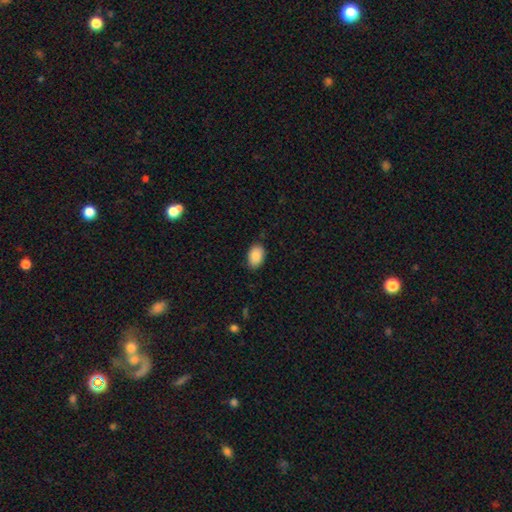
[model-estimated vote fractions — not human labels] Smooth or featured? Predicted: smooth (p=0.88). How rounded? Predicted: in between (p=0.88). Merging? Predicted: none (p=0.85).